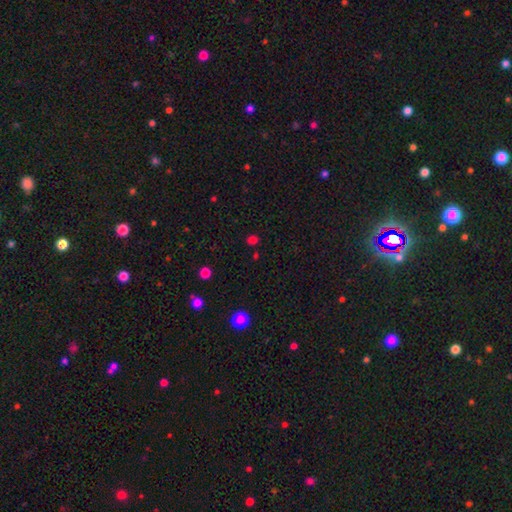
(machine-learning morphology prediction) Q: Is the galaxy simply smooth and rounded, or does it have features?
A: smooth — 64%.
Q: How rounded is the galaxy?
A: round — 72%.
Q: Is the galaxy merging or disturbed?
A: none — 84%.